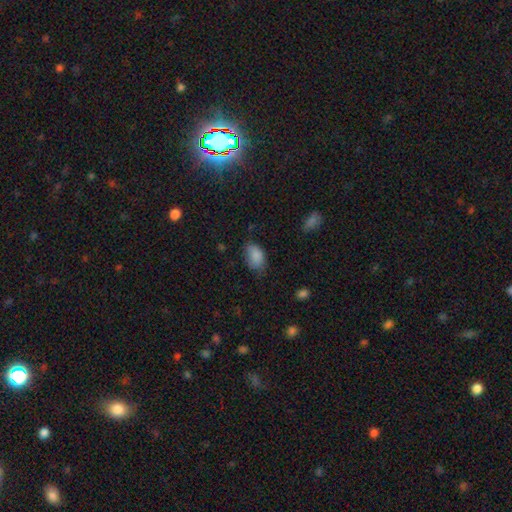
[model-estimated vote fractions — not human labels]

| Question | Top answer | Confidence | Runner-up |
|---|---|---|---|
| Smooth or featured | smooth | 86% | star or artifact (8%) |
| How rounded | in between | 90% | round (8%) |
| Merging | none | 62% | minor disturbance (29%) |